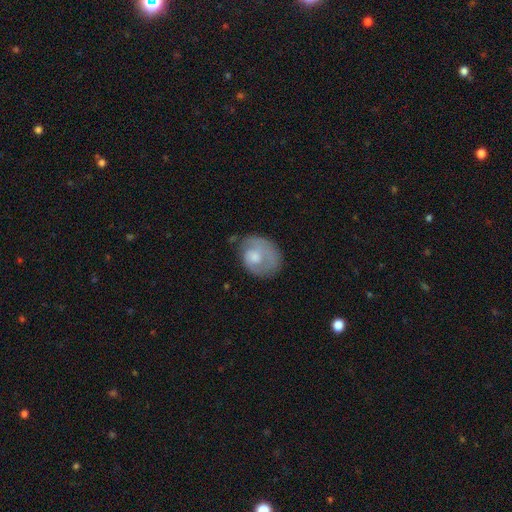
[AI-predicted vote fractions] Overall: smooth (48%; featured or disk 46%). Merging: none (48%; minor disturbance 28%).